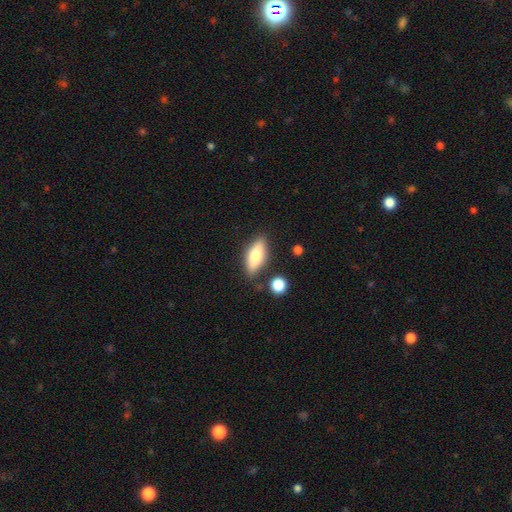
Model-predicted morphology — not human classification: Q: Smooth or featured?
A: smooth (69%); runner-up: featured or disk (24%)
Q: How rounded?
A: in between (69%); runner-up: cigar-shaped (28%)
Q: Merging?
A: none (81%); runner-up: minor disturbance (12%)